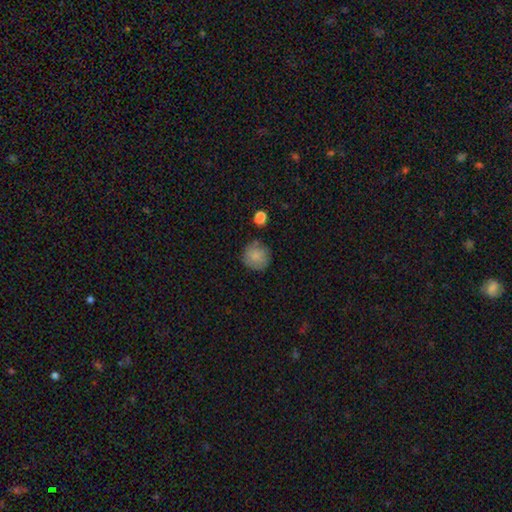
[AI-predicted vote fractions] smooth_or_featured: smooth (p=0.83) [alt: featured or disk p=0.09]
how_rounded: round (p=0.92) [alt: in between p=0.07]
merging: none (p=0.78) [alt: minor disturbance p=0.15]